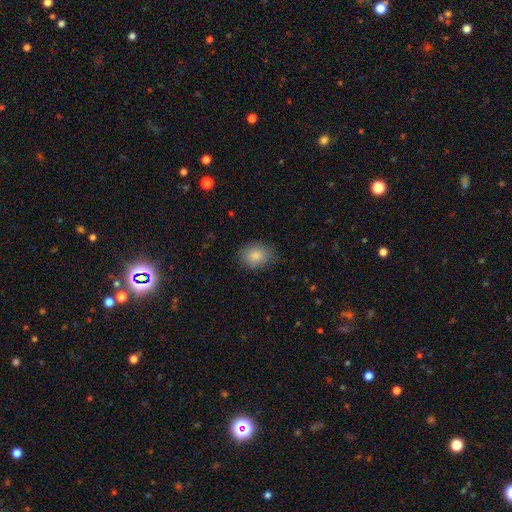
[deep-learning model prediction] Overall: smooth (85%). How rounded: in between (61%; round 39%). Merging: none (80%).